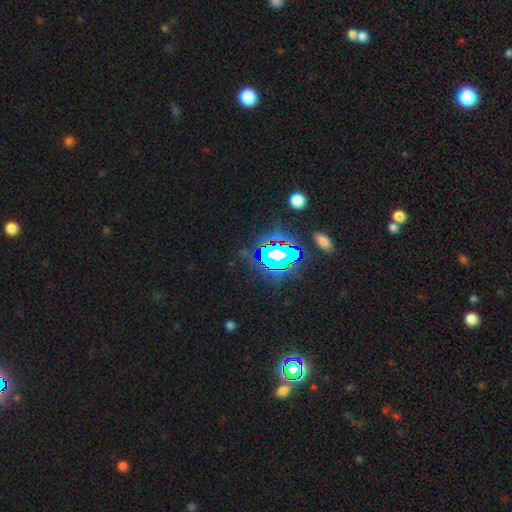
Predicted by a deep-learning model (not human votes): Smooth or featured: star or artifact — 81% (smooth — 11%)